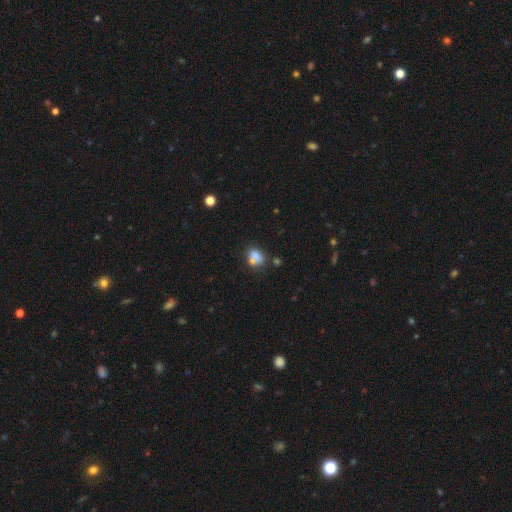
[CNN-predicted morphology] Smooth or featured? smooth (73%)
How rounded? in between (56%)
Merging? none (40%)